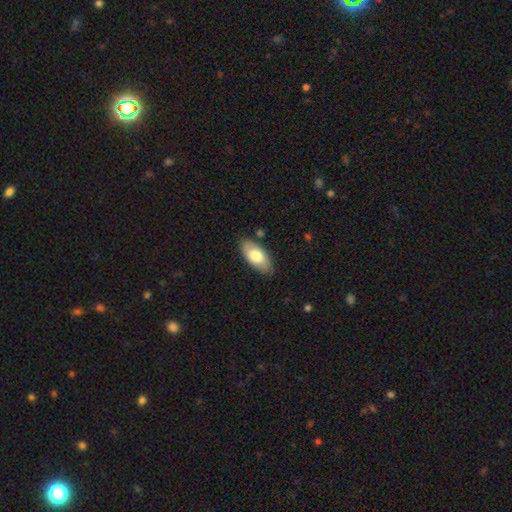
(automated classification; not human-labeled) Smooth or featured? smooth (73%)
How rounded? in between (92%)
Merging? none (83%)